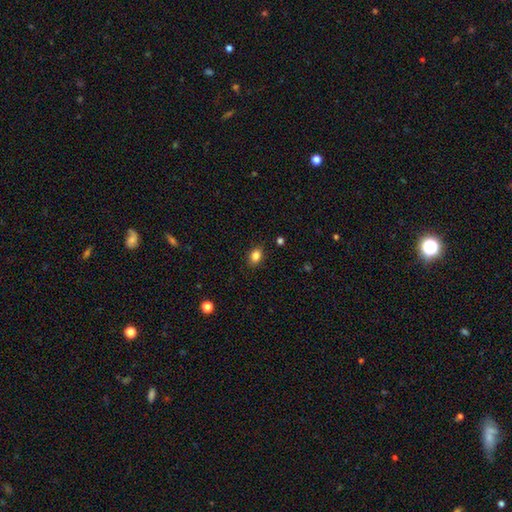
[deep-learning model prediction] Smooth or featured?
  - smooth: 84% *
  - star or artifact: 10%
  - featured or disk: 6%
How rounded?
  - in between: 77% *
  - round: 21%
  - cigar-shaped: 2%
Merging?
  - none: 86% *
  - minor disturbance: 10%
  - major disturbance: 2%
  - merger: 1%